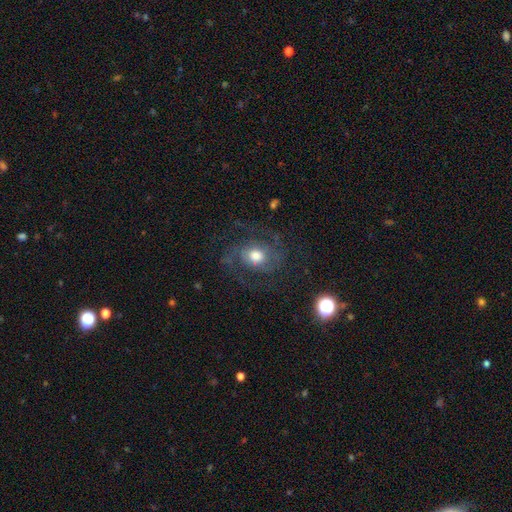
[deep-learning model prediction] Smooth or featured?
  - featured or disk: 71% *
  - smooth: 20%
  - star or artifact: 9%
Edge-on disk?
  - no: 97% *
  - yes: 3%
Bar?
  - no: 68% *
  - weak: 27%
  - strong: 5%
Spiral arms?
  - yes: 89% *
  - no: 11%
Spiral winding?
  - medium: 50% *
  - tight: 26%
  - loose: 25%
Spiral arm count?
  - 2: 49% *
  - can't tell: 20%
  - 3: 14%
  - 1: 6%
  - 4: 5%
  - more than 4: 5%
Bulge size?
  - moderate: 61% *
  - large: 26%
  - small: 8%
  - dominant: 2%
  - none: 2%
Merging?
  - none: 63% *
  - major disturbance: 19%
  - minor disturbance: 17%
  - merger: 2%